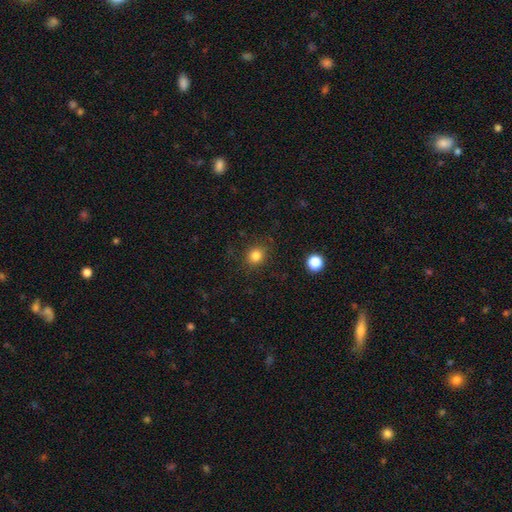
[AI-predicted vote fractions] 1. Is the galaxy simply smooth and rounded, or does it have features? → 83% smooth, 12% star or artifact, 5% featured or disk.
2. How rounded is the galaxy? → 81% round, 18% in between, 1% cigar-shaped.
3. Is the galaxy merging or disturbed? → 85% none, 10% minor disturbance, 4% major disturbance, 1% merger.